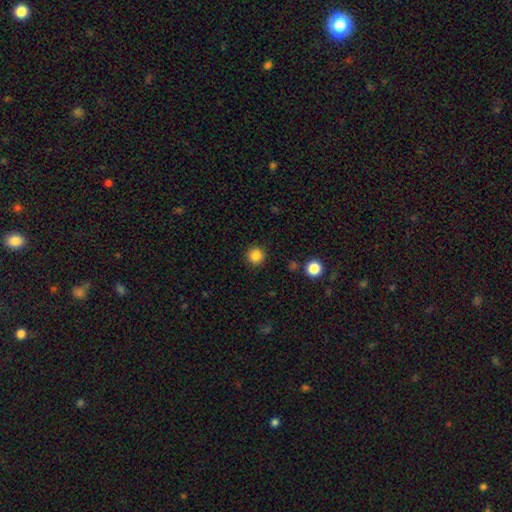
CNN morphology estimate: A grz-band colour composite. It shows a smooth galaxy with no disk features (85%) that is round (96%). Merging: none (92%).